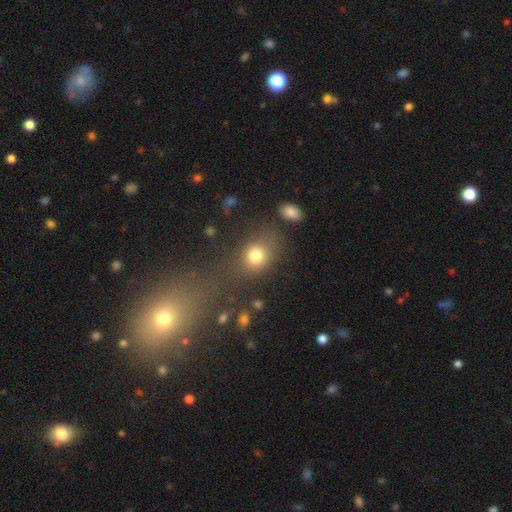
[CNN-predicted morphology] smooth-or-featured: smooth: 79% | star or artifact: 12% | featured or disk: 9%
  how-rounded: round: 54% | in between: 44% | cigar-shaped: 2%
  merging: none: 63% | minor disturbance: 16% | major disturbance: 11% | merger: 10%